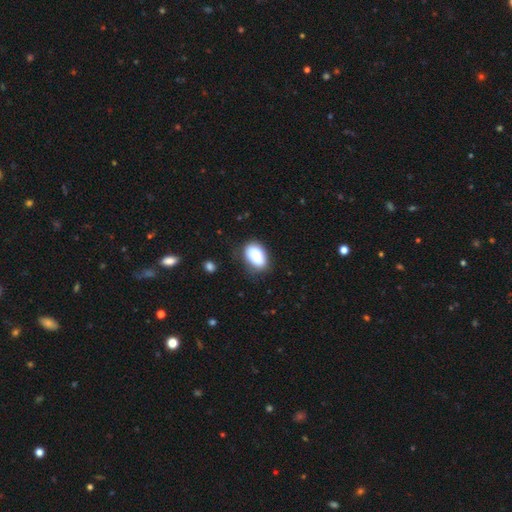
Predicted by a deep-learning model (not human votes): This appears to be a smooth galaxy with no disk features (86%) that is in between round and cigar-shaped (89%). Merging: none (67%).